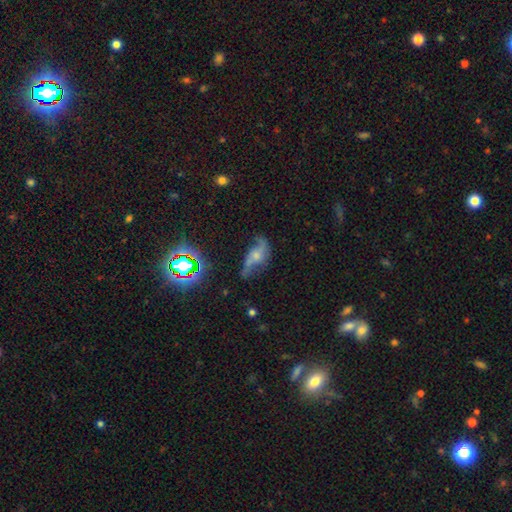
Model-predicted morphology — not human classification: featured or disk 66%, smooth 20%, star or artifact 14%. Down the decision tree: edge-on disk — no (90%); bar — no (65%); spiral arms — yes (84%); bulge size — small (38%); merging — none (47%).